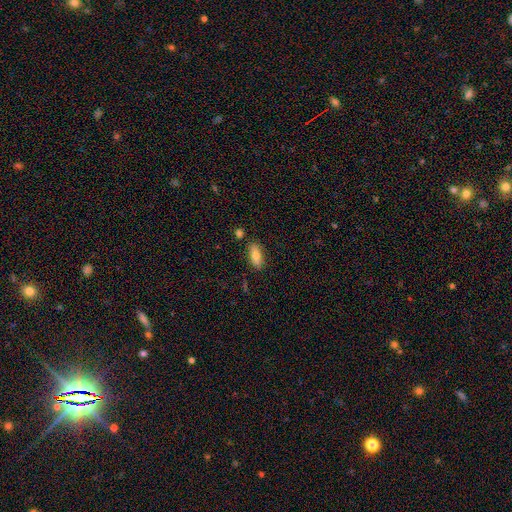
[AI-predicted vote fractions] Q: Smooth or featured?
A: smooth (75%); runner-up: featured or disk (17%)
Q: How rounded?
A: in between (76%); runner-up: cigar-shaped (21%)
Q: Merging?
A: none (81%); runner-up: minor disturbance (12%)